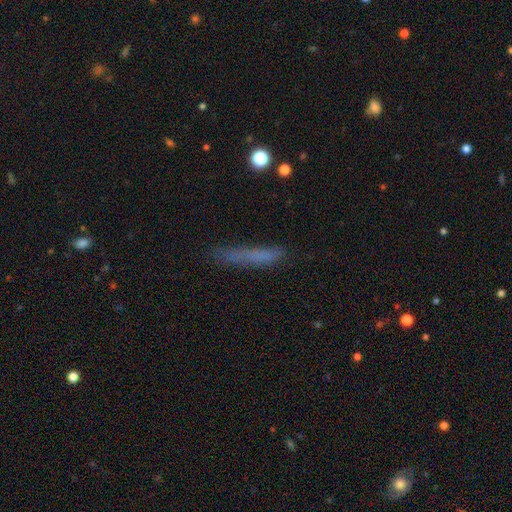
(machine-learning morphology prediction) The model was most divided on "smooth or featured": smooth: 65%, featured or disk: 22%, star or artifact: 12%. More confident: how rounded — cigar-shaped (91%); merging — none (70%).